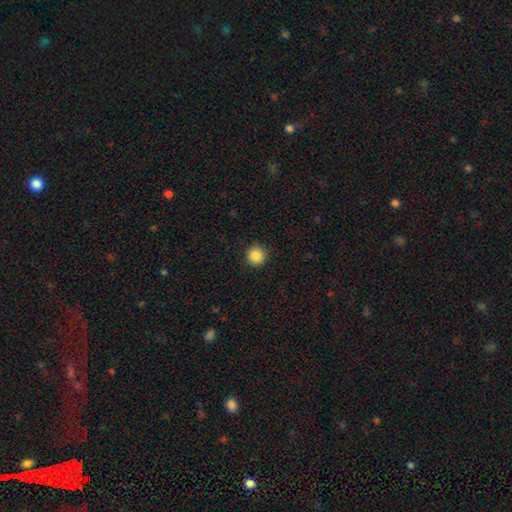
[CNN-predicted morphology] A smooth galaxy with no disk features (87%) that is round (94%). Merging: none (91%).